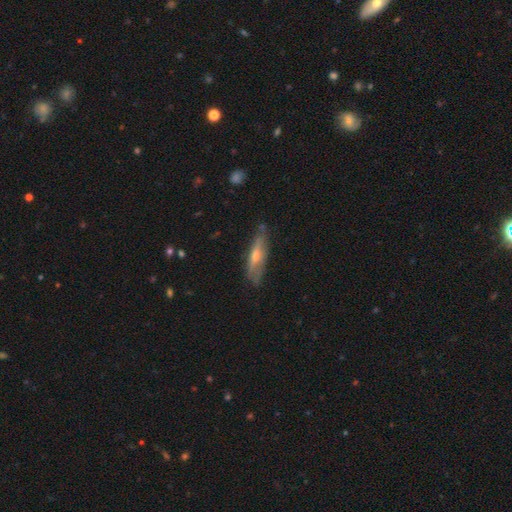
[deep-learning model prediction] This appears to be a featured or disk galaxy (56%) viewed edge-on (68%). Merging: none (71%).